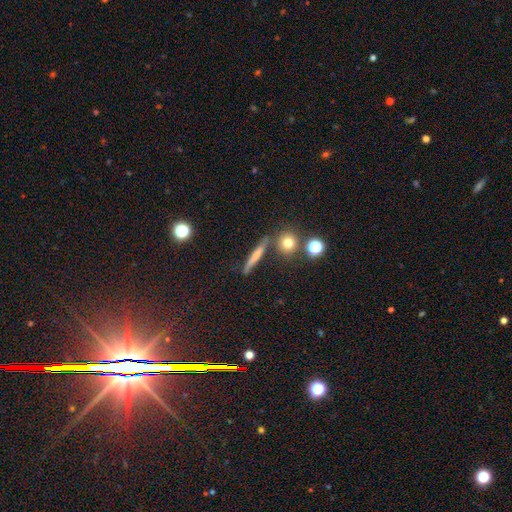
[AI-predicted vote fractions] Overall: smooth (57%; featured or disk 31%). How rounded: cigar-shaped (81%). Merging: none (78%).